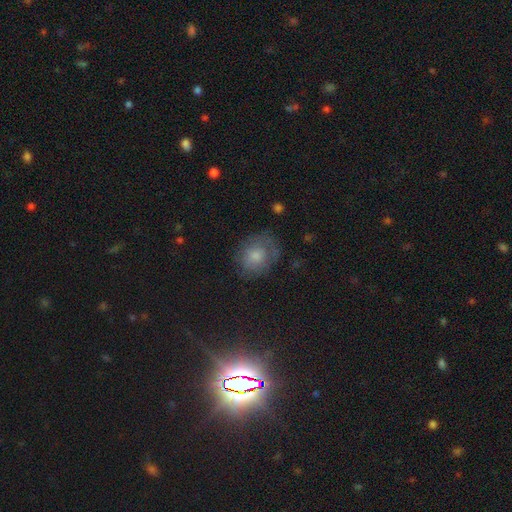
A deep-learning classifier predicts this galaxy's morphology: Smooth or featured?
  - smooth: 65% *
  - featured or disk: 23%
  - star or artifact: 11%
How rounded?
  - round: 65% *
  - in between: 34%
  - cigar-shaped: 1%
Merging?
  - none: 62% *
  - minor disturbance: 23%
  - major disturbance: 13%
  - merger: 2%